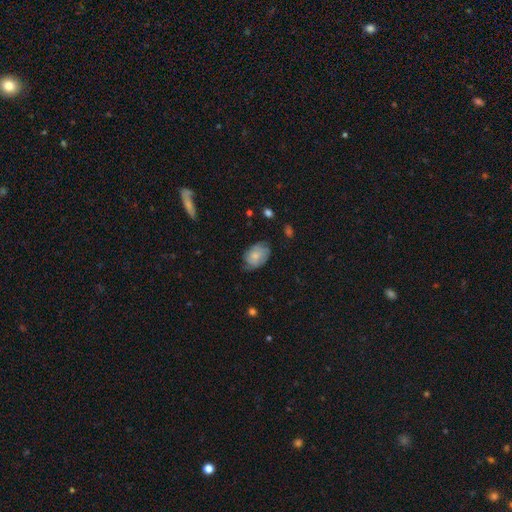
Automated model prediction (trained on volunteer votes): This is likely a smooth galaxy (61%). How rounded: clearly in between (83%). Merging: likely none (62%).